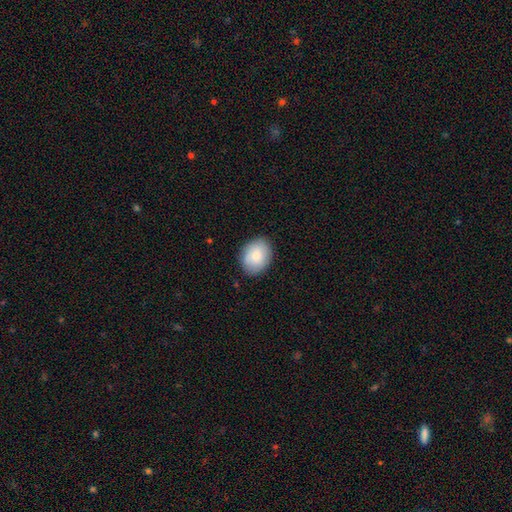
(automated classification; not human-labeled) A smooth galaxy with no disk features (80%) that is in between round and cigar-shaped (61%).

Vote fractions:
- Smooth or featured? smooth: 80% / featured or disk: 13% / star or artifact: 6%
- How rounded? in between: 61% / round: 38% / cigar-shaped: 1%
- Merging? none: 85% / minor disturbance: 12% / major disturbance: 3% / merger: 1%